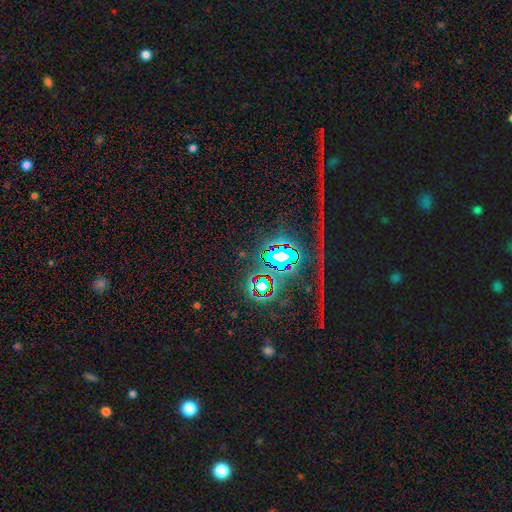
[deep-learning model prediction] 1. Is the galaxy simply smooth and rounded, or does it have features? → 82% star or artifact, 9% featured or disk, 8% smooth.